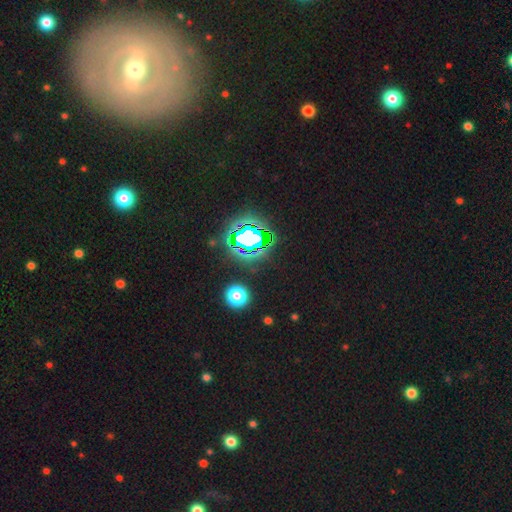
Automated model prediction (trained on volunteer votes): A star or artifact, not a galaxy (61%).